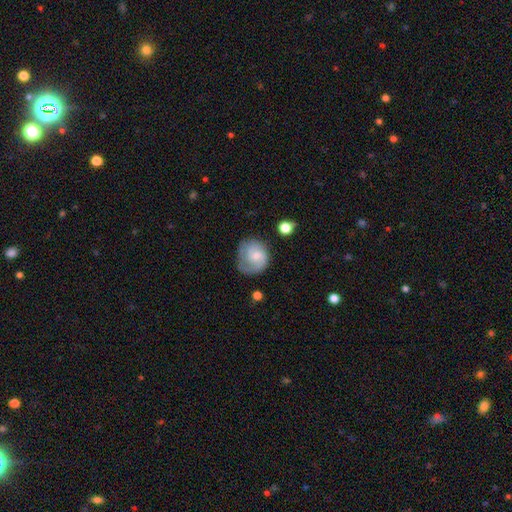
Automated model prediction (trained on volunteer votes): featured or disk 53%, smooth 40%, star or artifact 7%. Down the decision tree: edge-on disk — no (98%); bar — no (64%); spiral arms — yes (85%); bulge size — small (55%); merging — none (61%).